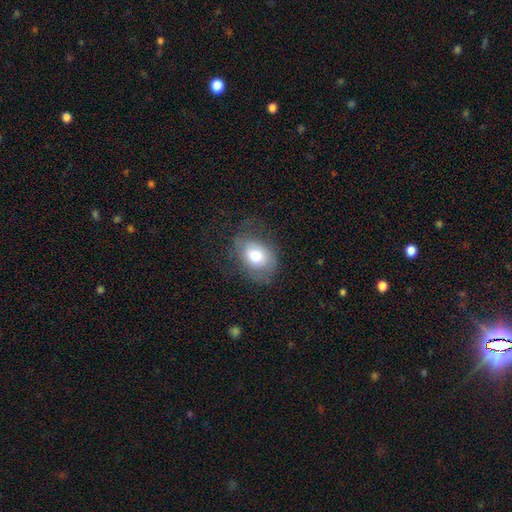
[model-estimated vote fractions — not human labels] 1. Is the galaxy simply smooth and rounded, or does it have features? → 72% smooth, 20% featured or disk, 9% star or artifact.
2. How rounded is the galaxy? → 71% in between, 28% round, 1% cigar-shaped.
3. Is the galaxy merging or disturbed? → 57% none, 25% minor disturbance, 17% major disturbance, 1% merger.